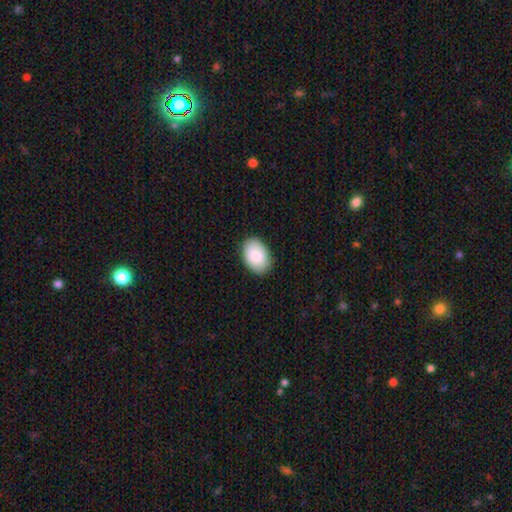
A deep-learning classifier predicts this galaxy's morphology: smooth_or_featured: smooth (p=0.88) [alt: star or artifact p=0.06]
how_rounded: in between (p=0.82) [alt: round p=0.17]
merging: none (p=0.86) [alt: minor disturbance p=0.11]